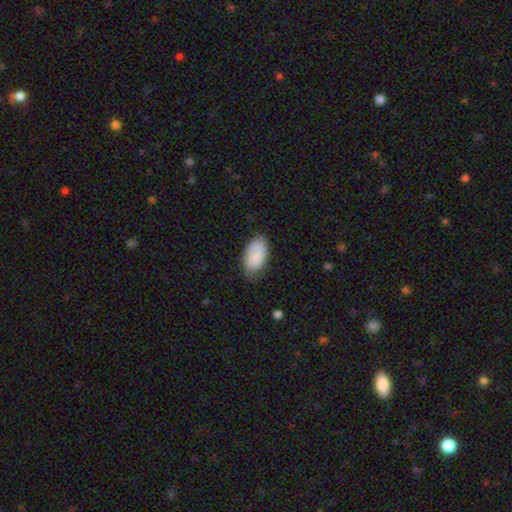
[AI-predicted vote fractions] smooth 76%, featured or disk 18%, star or artifact 6%. Down the decision tree: how rounded — in between (95%); merging — none (67%).